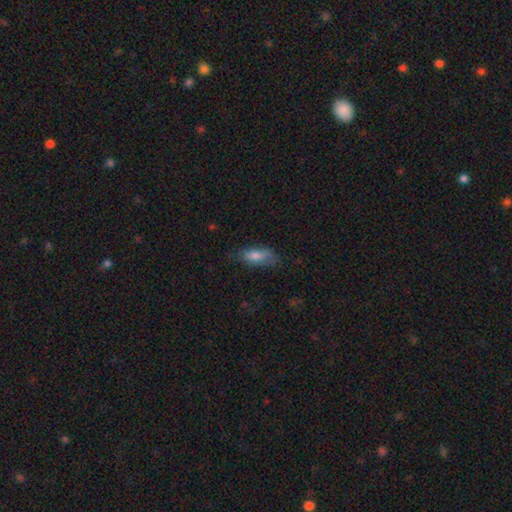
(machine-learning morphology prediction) The model was most divided on "merging": none: 63%, minor disturbance: 27%, major disturbance: 9%, merger: 2%. More confident: smooth or featured — smooth (77%); how rounded — in between (76%).